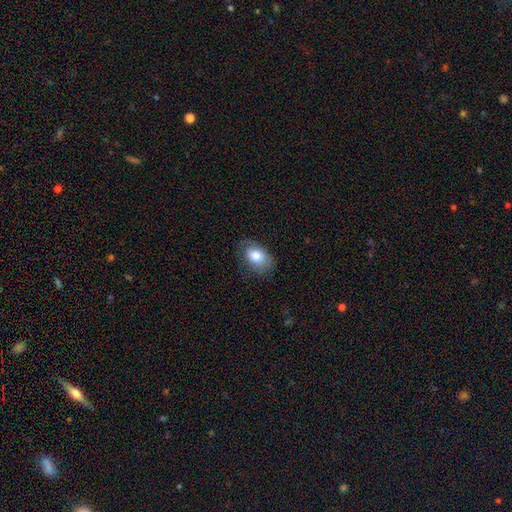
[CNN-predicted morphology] Smooth or featured: smooth — 76% (featured or disk — 17%)
How rounded: in between — 82% (round — 16%)
Merging: none — 62% (minor disturbance — 26%)